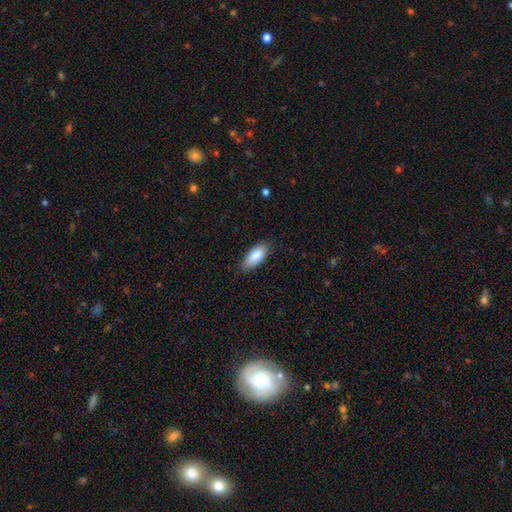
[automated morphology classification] Smooth or featured? smooth (86%)
How rounded? in between (85%)
Merging? none (85%)